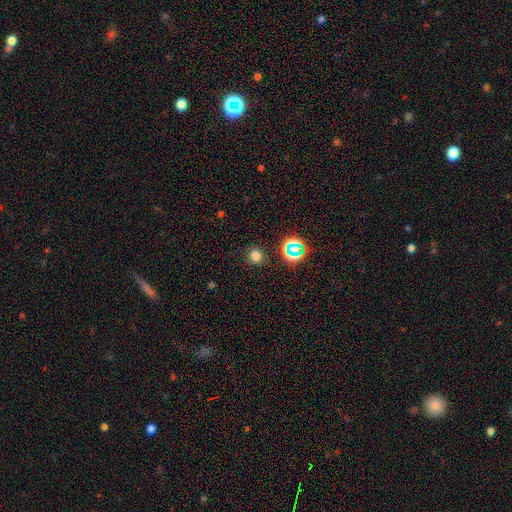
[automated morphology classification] Smooth or featured? Predicted: smooth (p=0.73). How rounded? Predicted: round (p=0.83). Merging? Predicted: none (p=0.87).